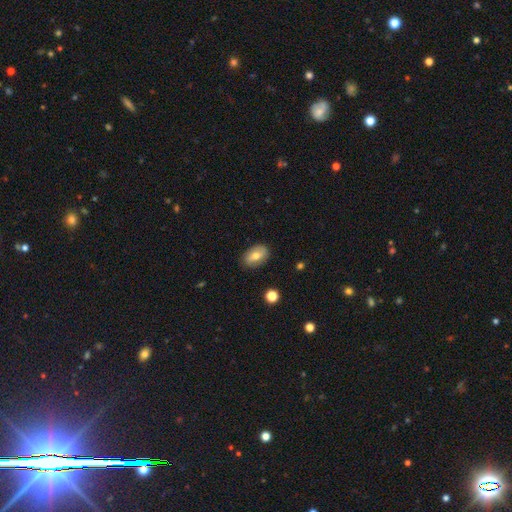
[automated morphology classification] Smooth or featured?
  - smooth: 64% *
  - featured or disk: 28%
  - star or artifact: 8%
How rounded?
  - in between: 86% *
  - round: 11%
  - cigar-shaped: 2%
Merging?
  - none: 84% *
  - minor disturbance: 12%
  - major disturbance: 3%
  - merger: 1%